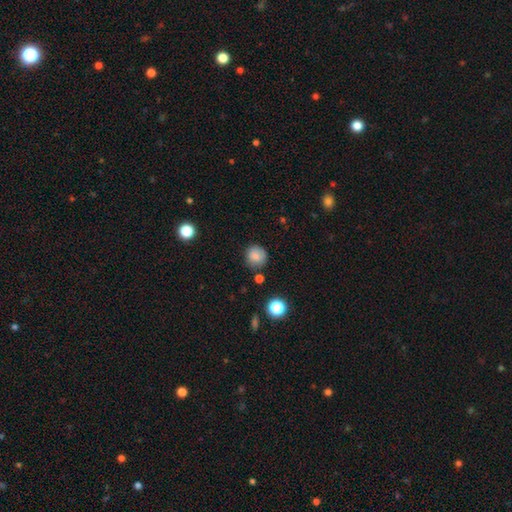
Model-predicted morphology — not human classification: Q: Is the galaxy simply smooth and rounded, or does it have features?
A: smooth — 83%.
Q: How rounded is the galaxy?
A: round — 90%.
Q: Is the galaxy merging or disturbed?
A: none — 80%.